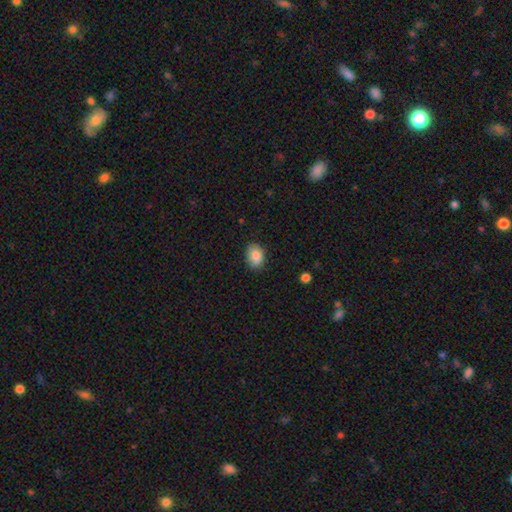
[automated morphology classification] Q: Smooth or featured?
A: smooth (87%); runner-up: star or artifact (8%)
Q: How rounded?
A: in between (73%); runner-up: round (26%)
Q: Merging?
A: none (81%); runner-up: minor disturbance (15%)